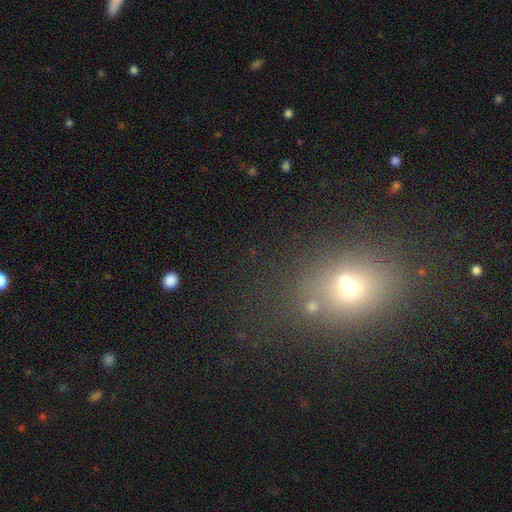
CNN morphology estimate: This is possibly a smooth galaxy (51%). How rounded: possibly in between (51%). Merging: likely none (74%).